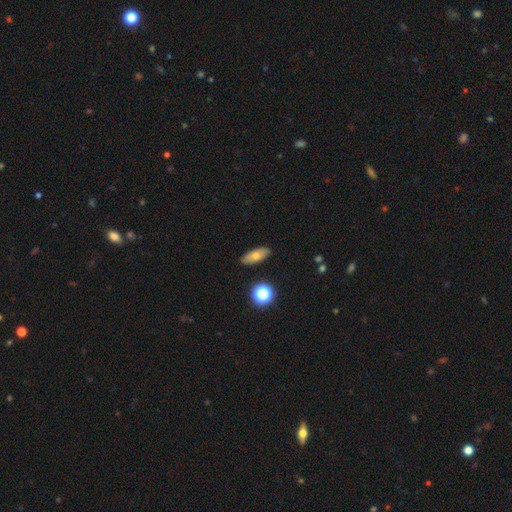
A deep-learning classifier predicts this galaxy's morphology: Smooth or featured?
  - smooth: 67% *
  - featured or disk: 23%
  - star or artifact: 10%
How rounded?
  - in between: 74% *
  - cigar-shaped: 20%
  - round: 7%
Merging?
  - none: 87% *
  - minor disturbance: 10%
  - major disturbance: 2%
  - merger: 2%